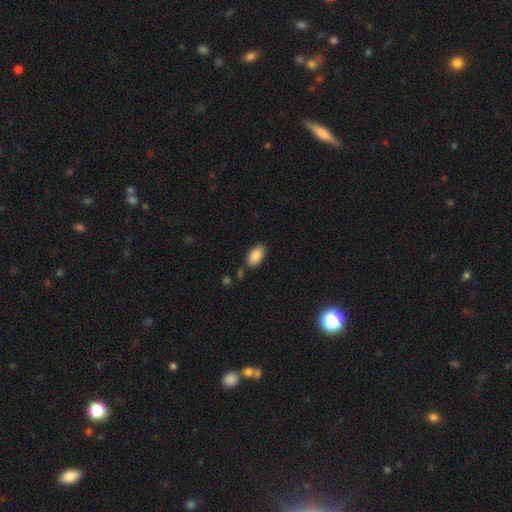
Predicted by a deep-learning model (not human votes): This is clearly a smooth galaxy (89%). How rounded: clearly in between (94%). Merging: clearly none (81%).